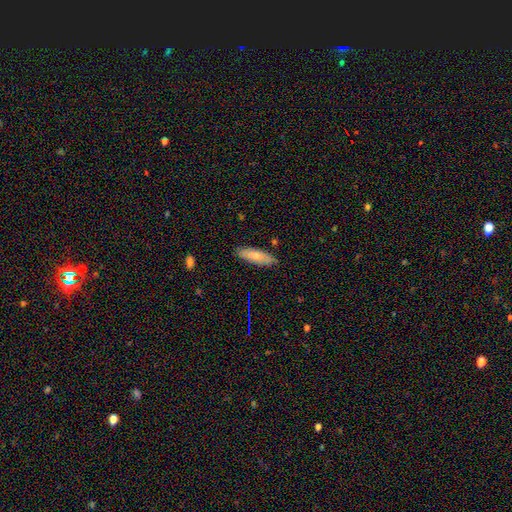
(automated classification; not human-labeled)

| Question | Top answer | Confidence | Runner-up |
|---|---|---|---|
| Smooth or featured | smooth | 72% | featured or disk (21%) |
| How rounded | cigar-shaped | 52% | in between (46%) |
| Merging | none | 83% | minor disturbance (13%) |